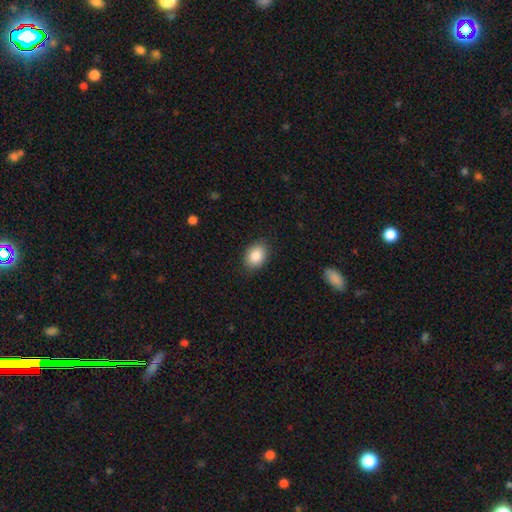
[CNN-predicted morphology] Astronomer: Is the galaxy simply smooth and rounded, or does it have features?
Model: smooth — 86%.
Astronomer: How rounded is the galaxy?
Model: in between — 75%.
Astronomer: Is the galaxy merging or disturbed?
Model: none — 86%.